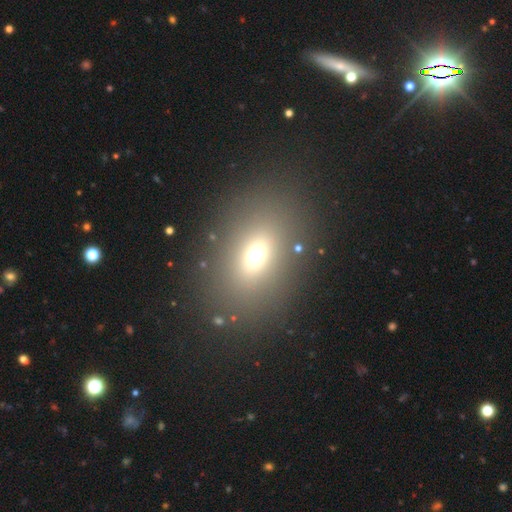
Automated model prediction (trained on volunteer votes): A smooth galaxy with no disk features (65%) that is in between round and cigar-shaped (67%).

Vote fractions:
- Smooth or featured? smooth: 65% / star or artifact: 20% / featured or disk: 15%
- How rounded? in between: 67% / round: 30% / cigar-shaped: 3%
- Merging? none: 83% / minor disturbance: 9% / major disturbance: 6% / merger: 3%